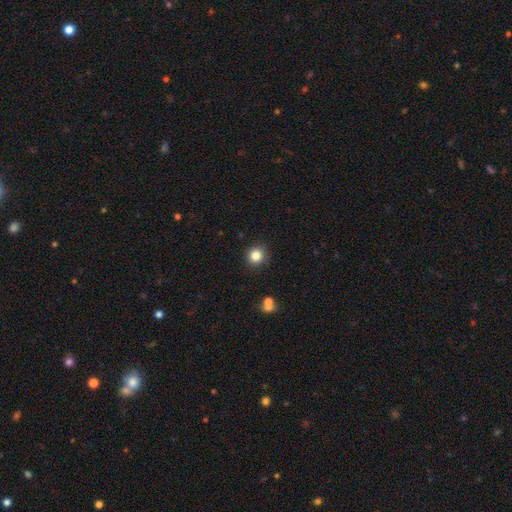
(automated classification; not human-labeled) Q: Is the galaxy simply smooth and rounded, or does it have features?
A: smooth — 83%.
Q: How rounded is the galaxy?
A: round — 91%.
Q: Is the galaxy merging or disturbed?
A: none — 89%.